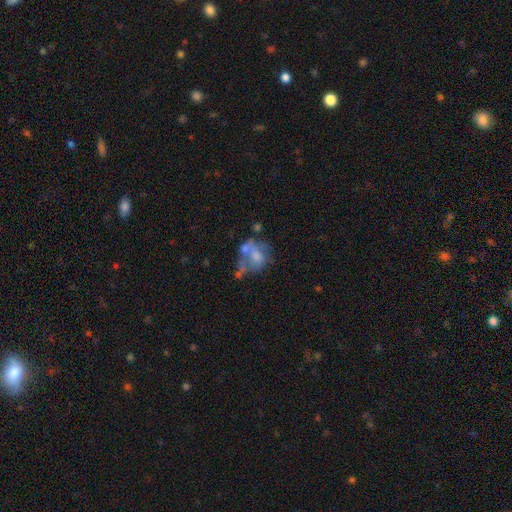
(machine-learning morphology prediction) smooth-or-featured: featured or disk: 45% | smooth: 43% | star or artifact: 12%
  merging: merger: 33% | major disturbance: 27% | none: 24% | minor disturbance: 16%